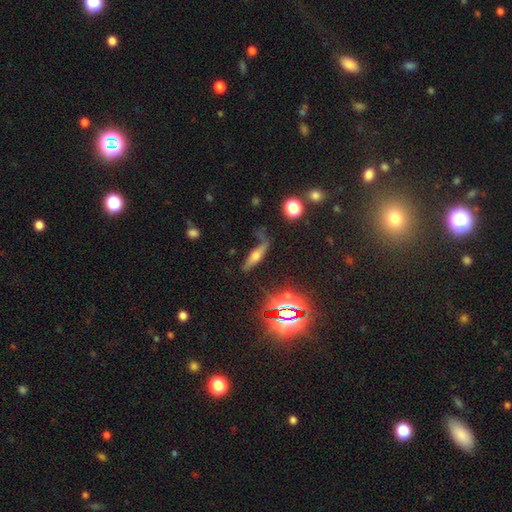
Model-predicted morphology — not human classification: This appears to be a featured or disk galaxy (47%). Merging: none (54%).